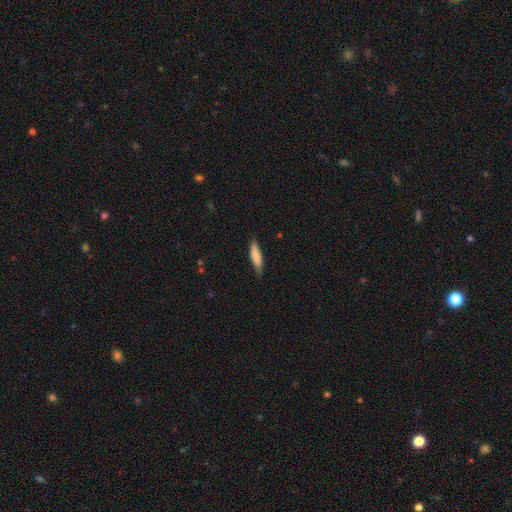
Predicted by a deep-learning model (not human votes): This appears to be a smooth galaxy with no disk features (79%) that is cigar-shaped (78%). Merging: none (78%).